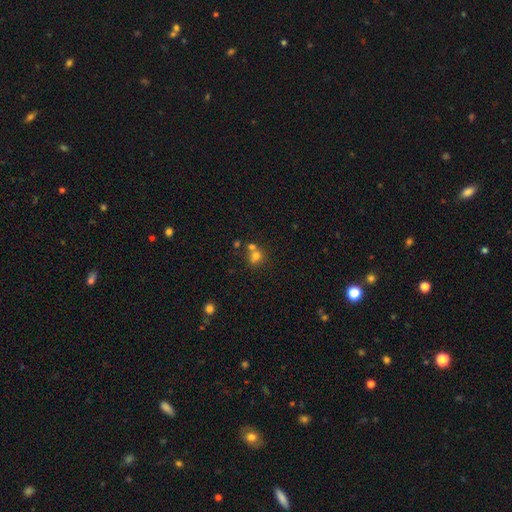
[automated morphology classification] This appears to be a smooth galaxy with no disk features (70%) that is round (78%). Merging: none (46%).